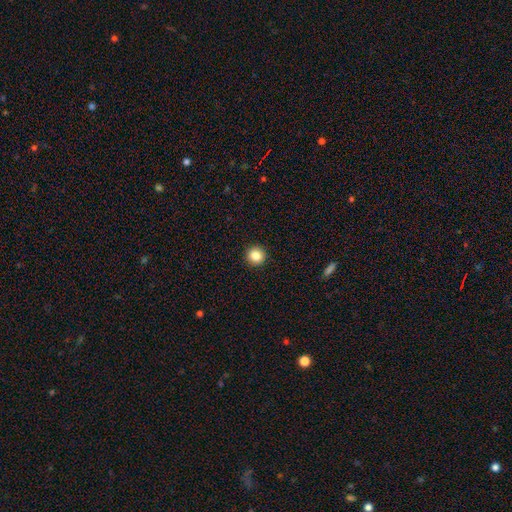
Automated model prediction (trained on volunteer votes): A smooth galaxy with no disk features (85%) that is round (96%).

Vote fractions:
- Smooth or featured? smooth: 85% / star or artifact: 10% / featured or disk: 5%
- How rounded? round: 96% / in between: 3% / cigar-shaped: 1%
- Merging? none: 93% / minor disturbance: 4% / major disturbance: 1% / merger: 1%